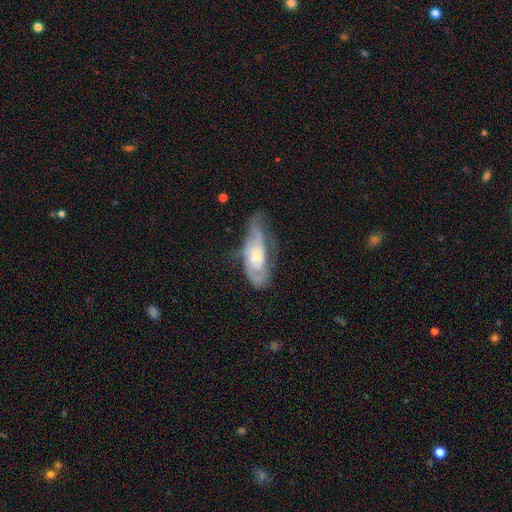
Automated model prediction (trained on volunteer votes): Overall: featured or disk (72%). Edge-on disk: no (88%). Bar: no (68%). Spiral arms: yes (88%). Spiral arm count: 2 (53%; can't tell 27%). Spiral winding: tight (43%; medium 42%). Bulge size: small (42%; moderate 37%). Merging: none (48%; minor disturbance 29%).